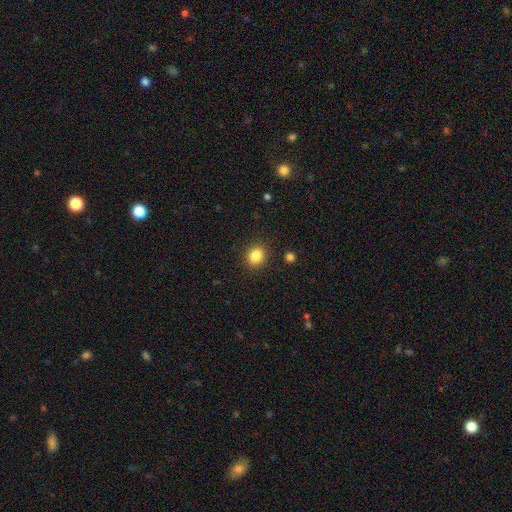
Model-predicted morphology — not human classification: This is clearly a smooth galaxy (84%). How rounded: likely round (74%). Merging: clearly none (91%).